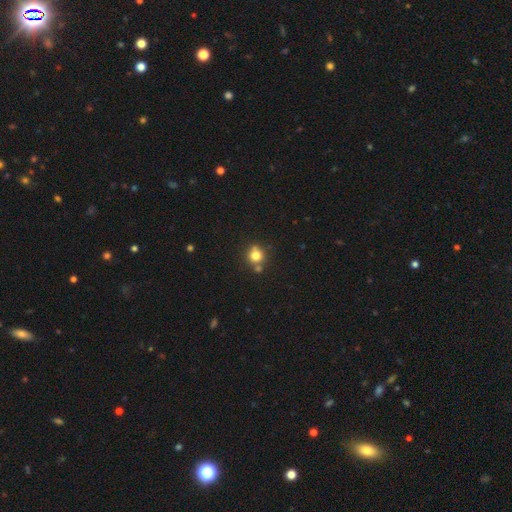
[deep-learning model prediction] A smooth galaxy with no disk features (77%) that is round (86%). Merging: none (66%).